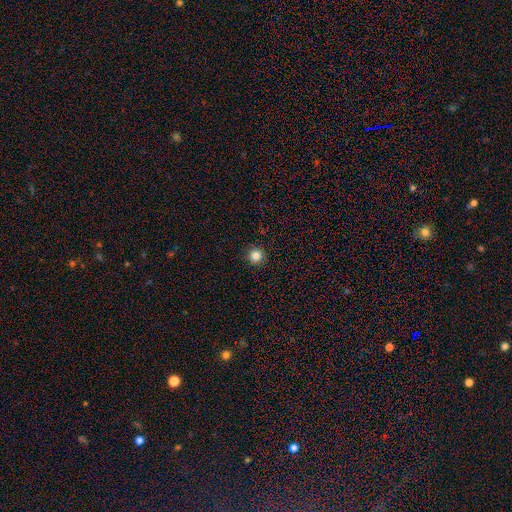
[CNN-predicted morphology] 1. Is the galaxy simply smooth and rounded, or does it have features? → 84% smooth, 12% star or artifact, 5% featured or disk.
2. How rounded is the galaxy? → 95% round, 4% in between, 1% cigar-shaped.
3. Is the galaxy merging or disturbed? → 92% none, 5% minor disturbance, 2% major disturbance, 1% merger.